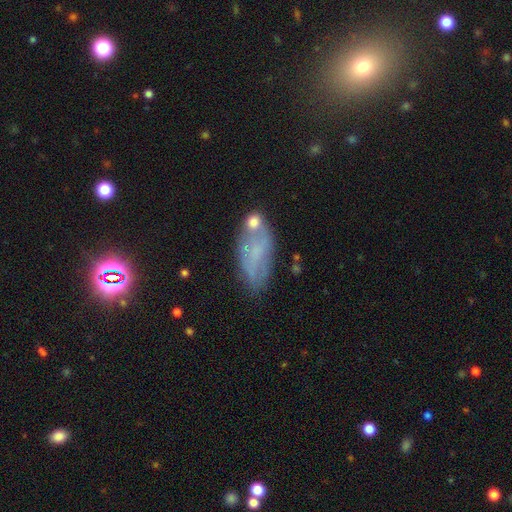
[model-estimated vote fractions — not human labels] A smooth galaxy with no disk features (48%).

Vote fractions:
- Smooth or featured? smooth: 48% / featured or disk: 40% / star or artifact: 12%
- Merging? none: 54% / minor disturbance: 24% / major disturbance: 11% / merger: 11%